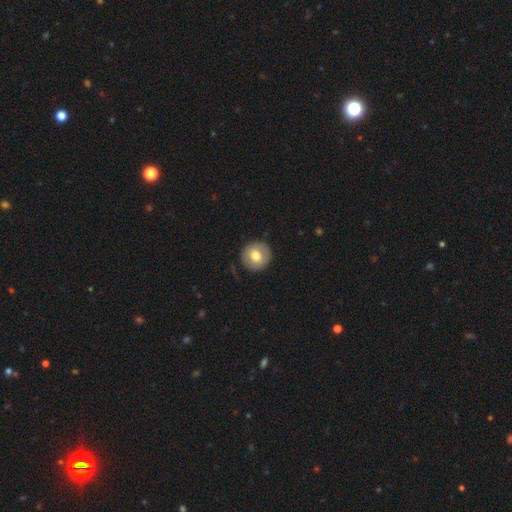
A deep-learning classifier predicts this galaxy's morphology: The model was most divided on "smooth or featured": smooth: 72%, featured or disk: 21%, star or artifact: 7%. More confident: how rounded — round (93%); merging — none (88%).